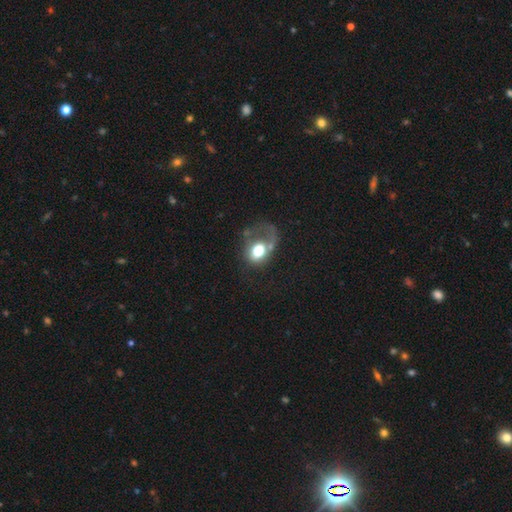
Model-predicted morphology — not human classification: A featured or disk galaxy (46%).

Vote fractions:
- Smooth or featured? featured or disk: 46% / smooth: 40% / star or artifact: 15%
- Merging? major disturbance: 50% / none: 28% / minor disturbance: 16% / merger: 6%